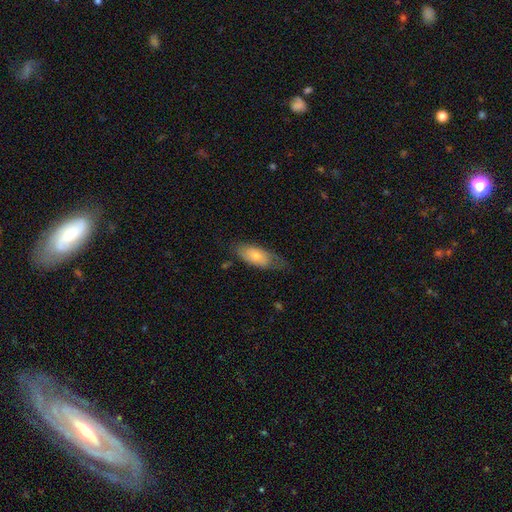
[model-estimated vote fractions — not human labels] smooth_or_featured: smooth (p=0.66) [alt: featured or disk p=0.28]
how_rounded: in between (p=0.83) [alt: cigar-shaped p=0.15]
merging: none (p=0.52) [alt: minor disturbance p=0.33]